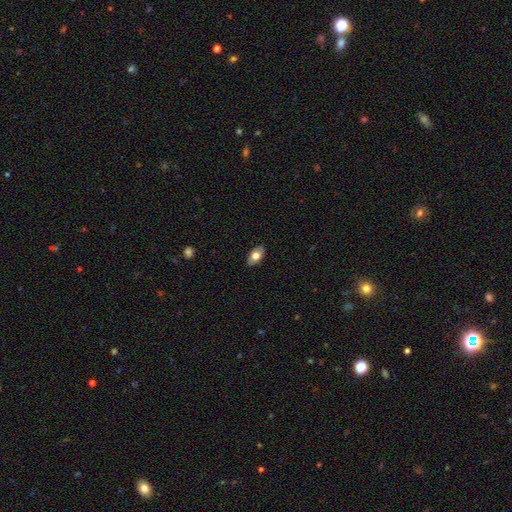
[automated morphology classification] smooth_or_featured: smooth (p=0.72) [alt: featured or disk p=0.21]
how_rounded: in between (p=0.91) [alt: round p=0.06]
merging: none (p=0.87) [alt: minor disturbance p=0.10]